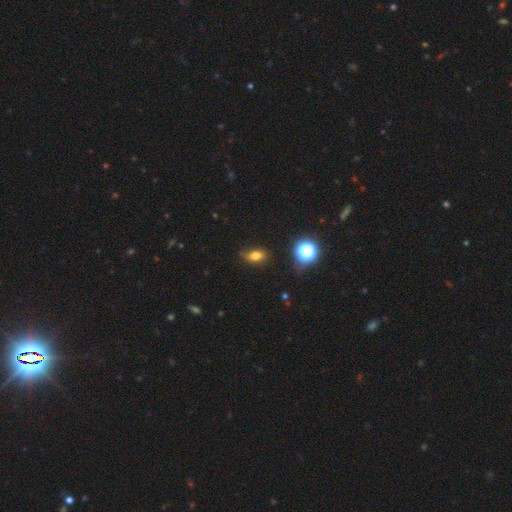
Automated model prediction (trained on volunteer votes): Smooth or featured?
  - smooth: 75% *
  - star or artifact: 15%
  - featured or disk: 10%
How rounded?
  - in between: 79% *
  - round: 16%
  - cigar-shaped: 5%
Merging?
  - none: 75% *
  - minor disturbance: 19%
  - major disturbance: 4%
  - merger: 2%